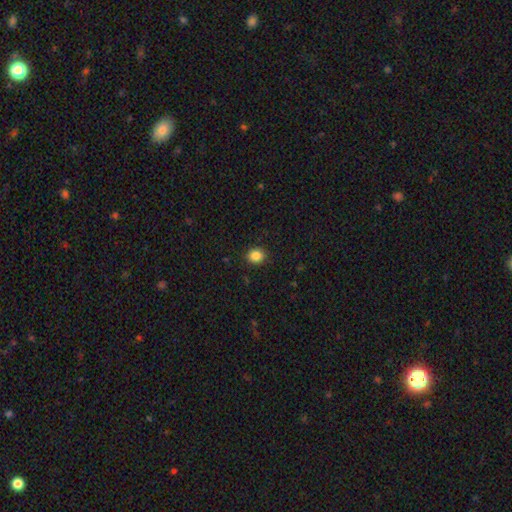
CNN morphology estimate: This appears to be a smooth galaxy with no disk features (86%) that is round (72%). Merging: none (91%).